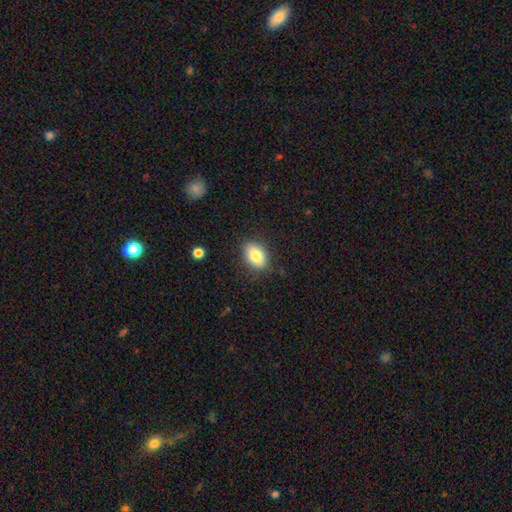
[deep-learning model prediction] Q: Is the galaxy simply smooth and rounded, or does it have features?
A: smooth — 82%.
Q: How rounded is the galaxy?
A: in between — 85%.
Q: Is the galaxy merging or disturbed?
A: none — 84%.